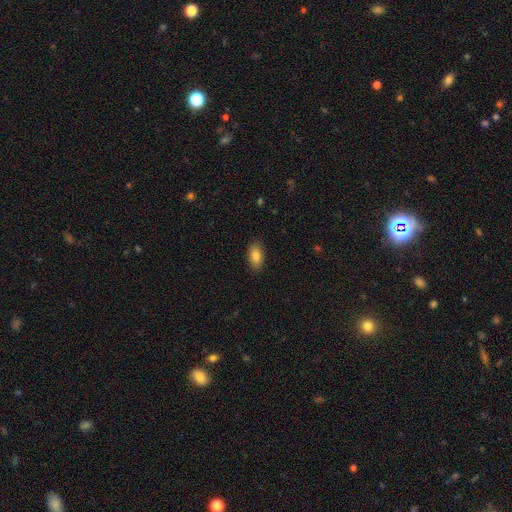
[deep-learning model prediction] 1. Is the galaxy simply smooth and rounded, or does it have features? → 85% smooth, 8% featured or disk, 7% star or artifact.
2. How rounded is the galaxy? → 92% in between, 5% round, 3% cigar-shaped.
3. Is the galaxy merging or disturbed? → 88% none, 9% minor disturbance, 2% major disturbance, 1% merger.